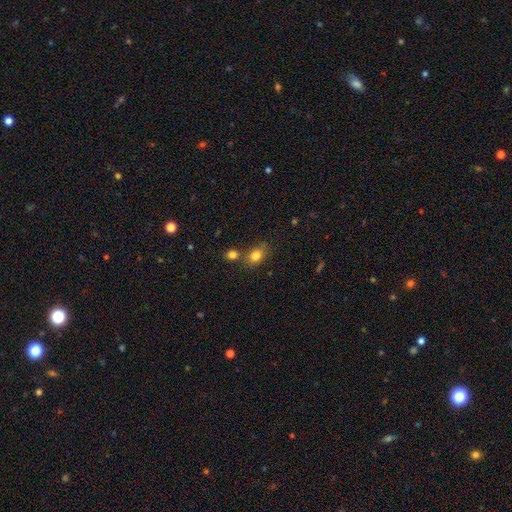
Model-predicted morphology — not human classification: Smooth or featured? smooth (80%)
How rounded? in between (61%)
Merging? none (60%)